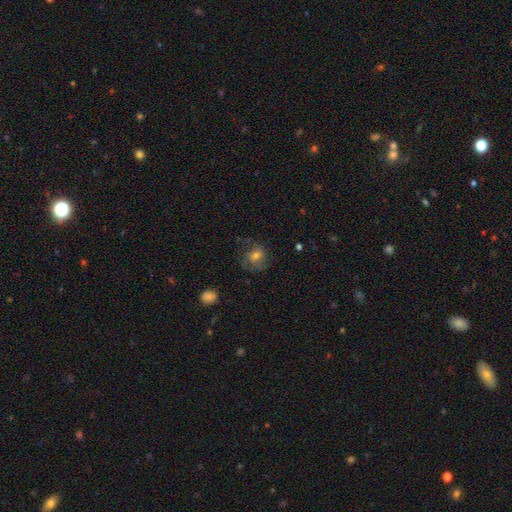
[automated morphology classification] Smooth or featured? Predicted: smooth (p=0.54). How rounded? Predicted: round (p=0.72). Merging? Predicted: none (p=0.63).